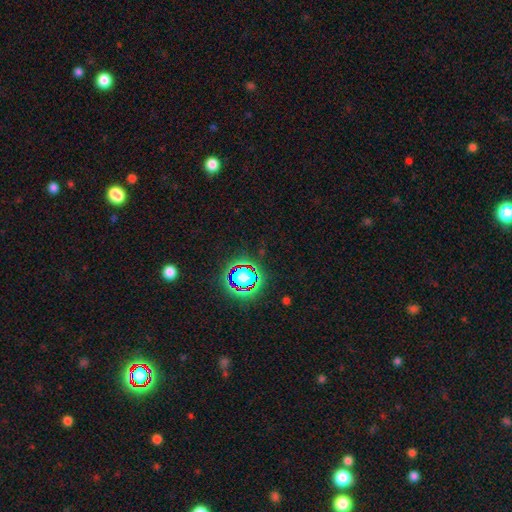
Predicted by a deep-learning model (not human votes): Morphology: type=star or artifact (80%).